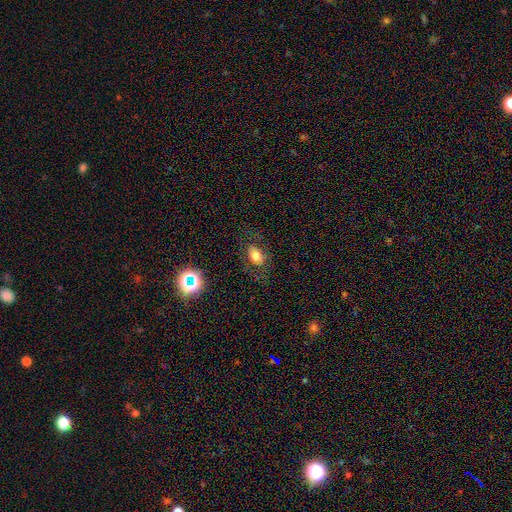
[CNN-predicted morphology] Smooth or featured?
  - smooth: 69% *
  - featured or disk: 17%
  - star or artifact: 14%
How rounded?
  - in between: 82% *
  - round: 17%
  - cigar-shaped: 2%
Merging?
  - none: 73% *
  - minor disturbance: 16%
  - major disturbance: 10%
  - merger: 2%